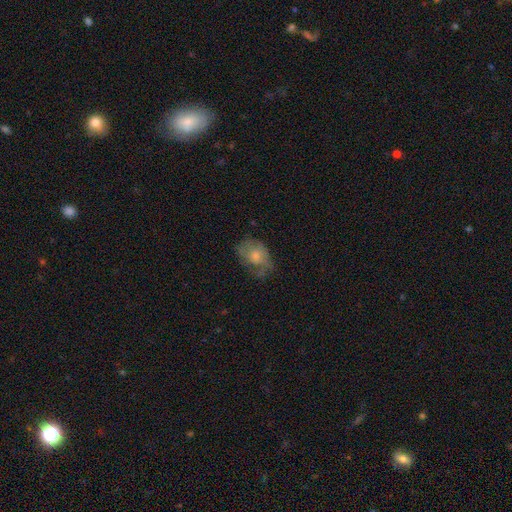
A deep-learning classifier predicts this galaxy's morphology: Smooth or featured?
  - smooth: 46% *
  - featured or disk: 43%
  - star or artifact: 10%
Merging?
  - none: 51% *
  - minor disturbance: 29%
  - major disturbance: 18%
  - merger: 2%